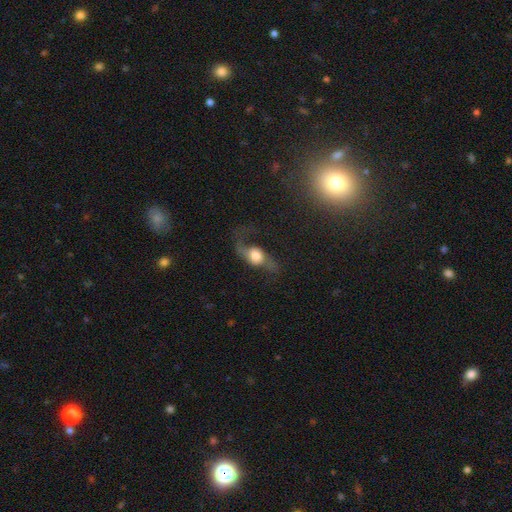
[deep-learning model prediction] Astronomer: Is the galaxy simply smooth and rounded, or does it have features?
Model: featured or disk — 53% (runner-up: smooth, 38%).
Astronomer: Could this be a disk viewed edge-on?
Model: no — 81%.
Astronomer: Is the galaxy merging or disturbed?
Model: none — 39%, tied with major disturbance at 39%.